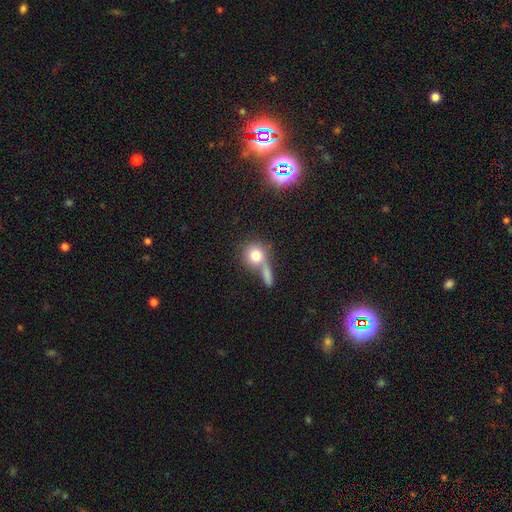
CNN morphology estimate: Overall: smooth (78%). How rounded: round (84%). Merging: none (46%; merger 35%).